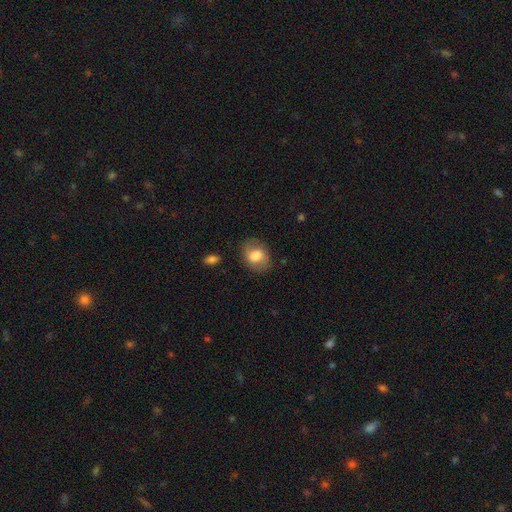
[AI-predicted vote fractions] smooth 67%, featured or disk 26%, star or artifact 7%. Down the decision tree: how rounded — in between (61%); merging — none (75%).